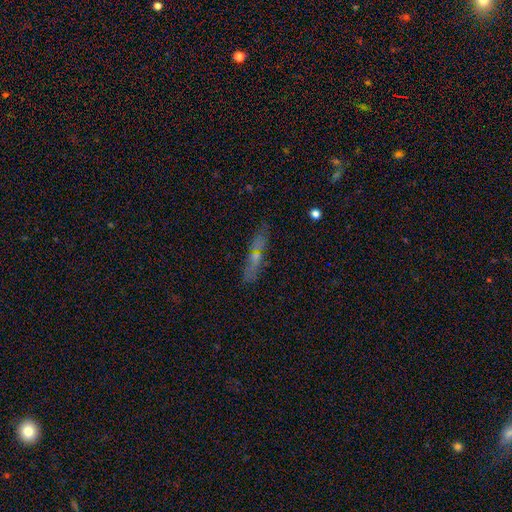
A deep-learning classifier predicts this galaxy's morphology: Smooth or featured? featured or disk (50%)
Merging? none (82%)